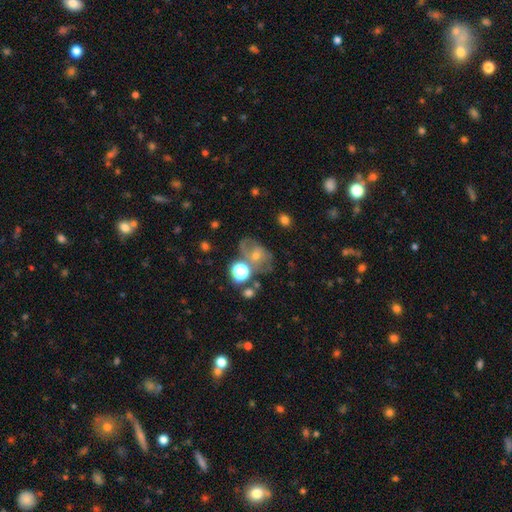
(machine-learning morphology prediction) Smooth or featured?
  - featured or disk: 38% *
  - smooth: 33%
  - star or artifact: 29%
Merging?
  - none: 55% *
  - minor disturbance: 18%
  - major disturbance: 14%
  - merger: 12%